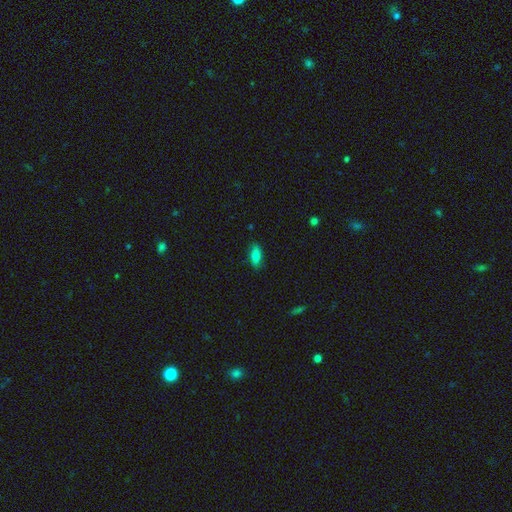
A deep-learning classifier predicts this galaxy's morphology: Q: Smooth or featured?
A: smooth (80%); runner-up: featured or disk (11%)
Q: How rounded?
A: in between (82%); runner-up: cigar-shaped (15%)
Q: Merging?
A: none (86%); runner-up: minor disturbance (10%)